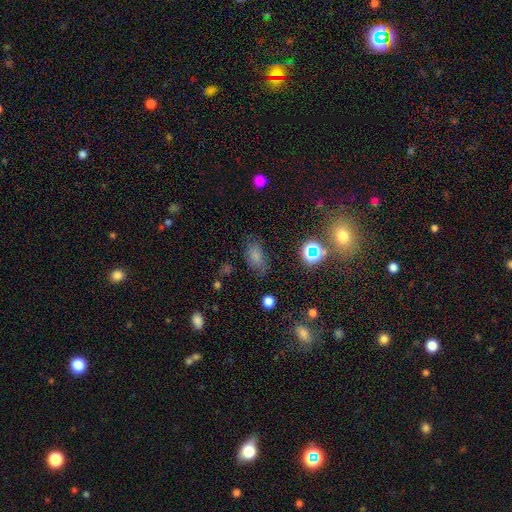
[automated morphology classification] Overall: smooth (71%). How rounded: in between (88%). Merging: none (70%).